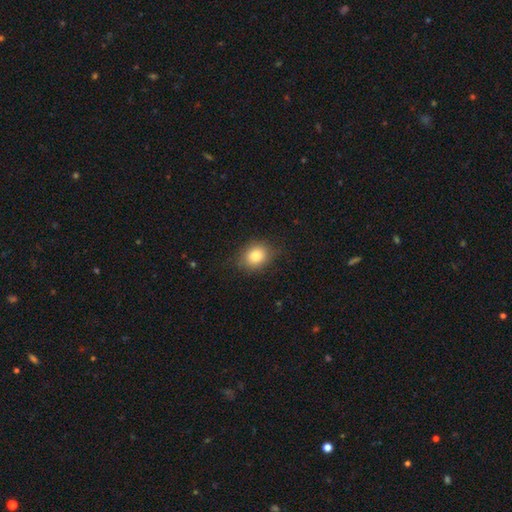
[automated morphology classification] This appears to be a smooth galaxy with no disk features (82%) that is round (53%). Merging: none (80%).